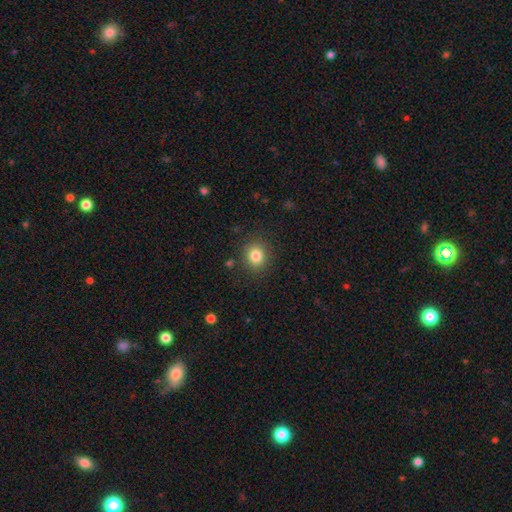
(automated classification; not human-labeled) Overall: smooth (82%). How rounded: round (80%). Merging: none (88%).